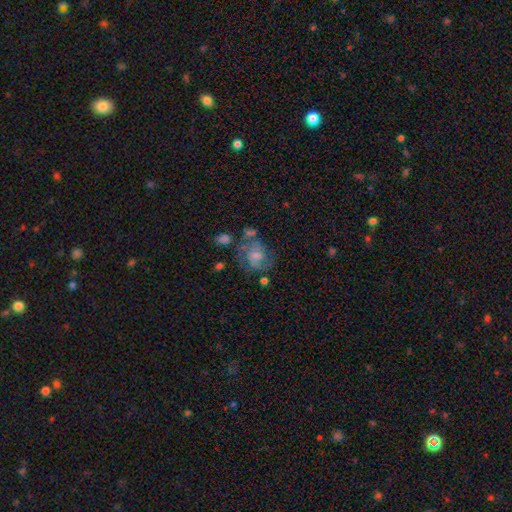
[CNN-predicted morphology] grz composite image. It shows a featured or disk galaxy (59%) with no bar (64%), spiral arms (78%) and a small central bulge (43%). Merging: none (46%).